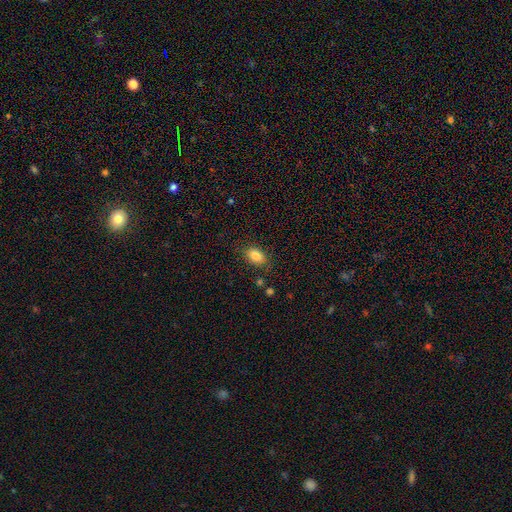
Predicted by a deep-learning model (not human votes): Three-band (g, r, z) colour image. It shows a smooth galaxy with no disk features (83%) that is in between round and cigar-shaped (86%). Merging: none (81%).